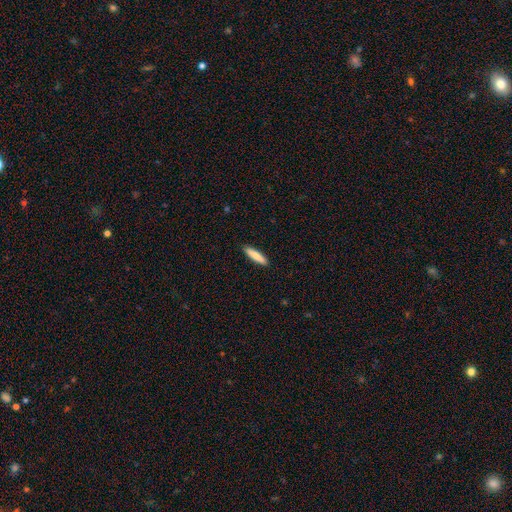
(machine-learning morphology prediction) Smooth or featured? smooth (82%)
How rounded? cigar-shaped (83%)
Merging? none (91%)